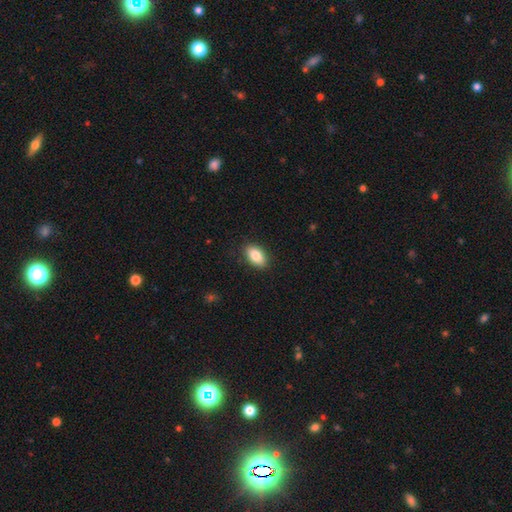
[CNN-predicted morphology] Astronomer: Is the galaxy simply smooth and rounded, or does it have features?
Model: smooth — 85%.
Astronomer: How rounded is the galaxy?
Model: in between — 91%.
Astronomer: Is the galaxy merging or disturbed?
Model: none — 88%.